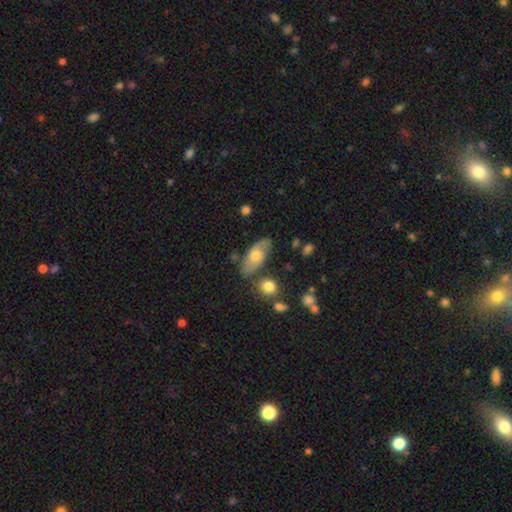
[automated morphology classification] smooth 59%, featured or disk 34%, star or artifact 7%. Down the decision tree: how rounded — in between (87%); merging — none (67%).